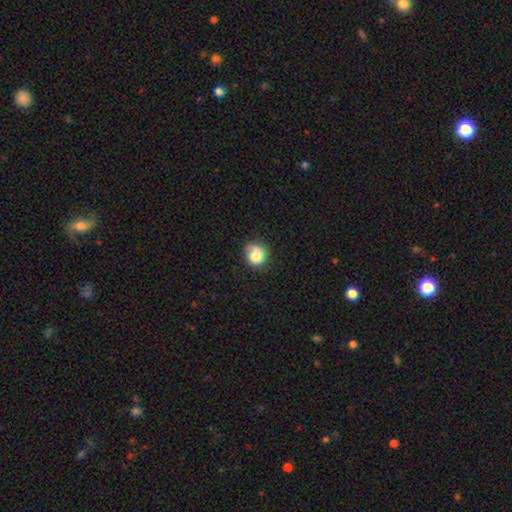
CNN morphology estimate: smooth-or-featured: smooth: 74% | featured or disk: 17% | star or artifact: 9%
  how-rounded: round: 72% | in between: 27% | cigar-shaped: 1%
  merging: none: 57% | minor disturbance: 28% | major disturbance: 12% | merger: 4%